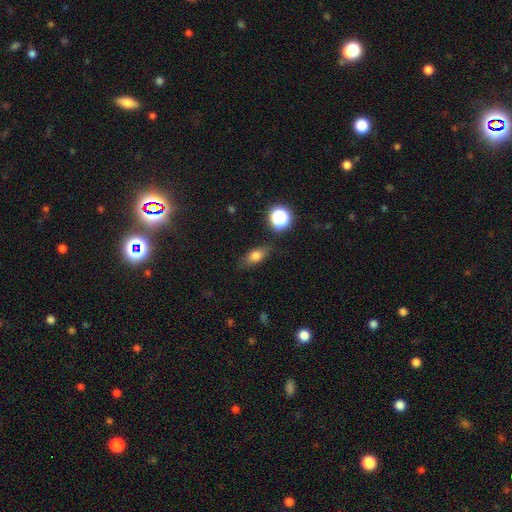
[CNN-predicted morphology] Q: Smooth or featured?
A: smooth (74%); runner-up: featured or disk (13%)
Q: How rounded?
A: in between (73%); runner-up: round (15%)
Q: Merging?
A: none (79%); runner-up: minor disturbance (15%)